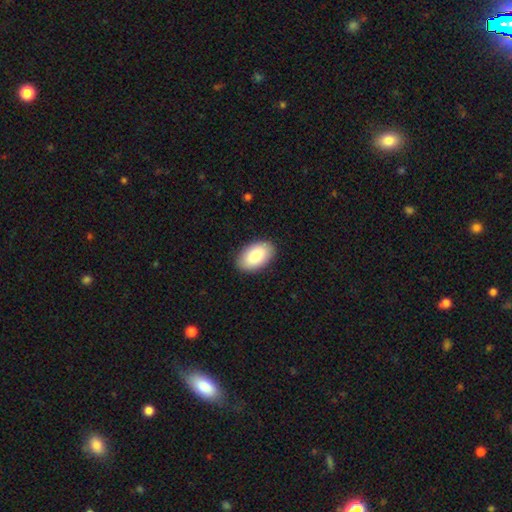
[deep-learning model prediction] The model was most divided on "smooth or featured": smooth: 87%, featured or disk: 8%, star or artifact: 6%. More confident: how rounded — in between (95%); merging — none (89%).